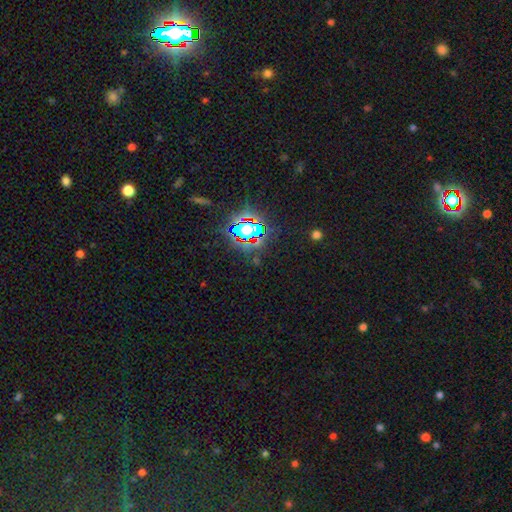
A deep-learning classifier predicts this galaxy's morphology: Smooth or featured: star or artifact — 80% (smooth — 12%)